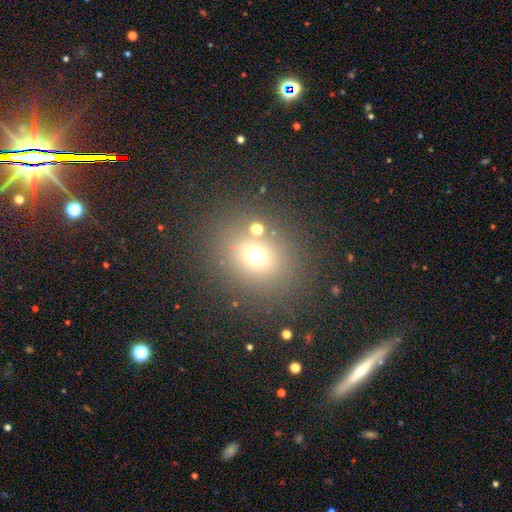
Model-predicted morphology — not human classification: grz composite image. It shows a smooth galaxy with no disk features (66%) that is round (65%). Merging: none (74%).